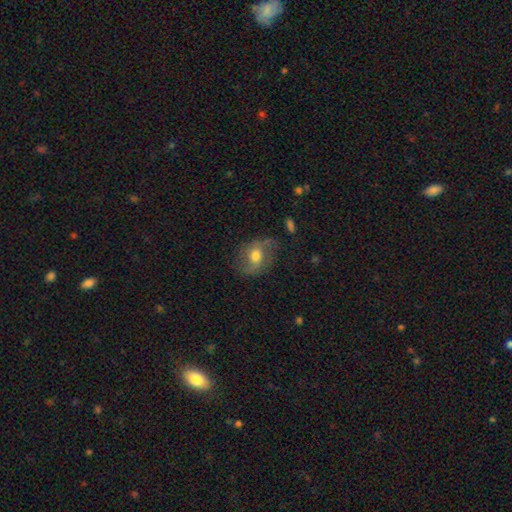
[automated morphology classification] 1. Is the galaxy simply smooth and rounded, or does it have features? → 57% featured or disk, 35% smooth, 8% star or artifact.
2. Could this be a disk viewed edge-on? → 95% no, 5% yes.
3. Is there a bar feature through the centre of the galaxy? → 44% no, 42% weak, 14% strong.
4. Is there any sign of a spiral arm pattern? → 78% yes, 22% no.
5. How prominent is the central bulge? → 68% moderate, 17% large, 12% small, 2% none, 2% dominant.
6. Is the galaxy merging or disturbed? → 70% none, 20% minor disturbance, 9% major disturbance, 2% merger.